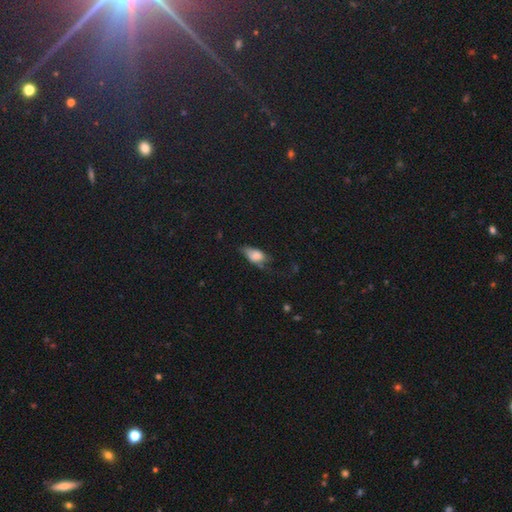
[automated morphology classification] Q: Smooth or featured?
A: smooth (73%); runner-up: featured or disk (18%)
Q: How rounded?
A: in between (85%); runner-up: cigar-shaped (7%)
Q: Merging?
A: minor disturbance (37%); runner-up: none (31%)